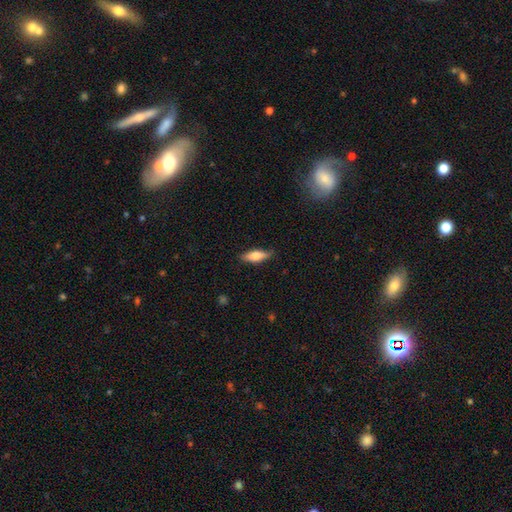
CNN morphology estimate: This is likely a smooth galaxy (69%). How rounded: possibly in between (58%). Merging: clearly none (81%).